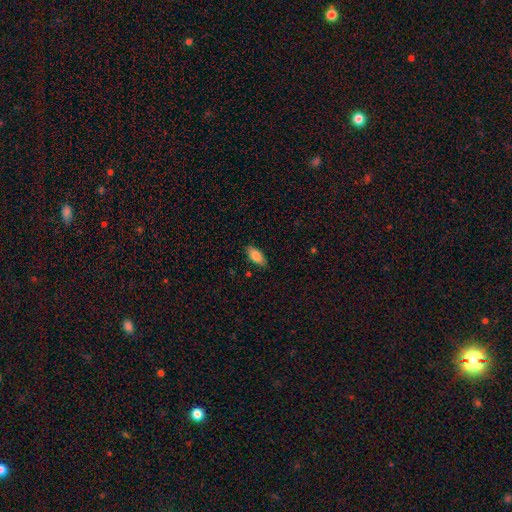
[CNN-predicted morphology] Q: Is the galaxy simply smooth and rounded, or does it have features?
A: smooth — 84%.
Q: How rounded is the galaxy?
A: in between — 86%.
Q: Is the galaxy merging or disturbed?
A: none — 85%.